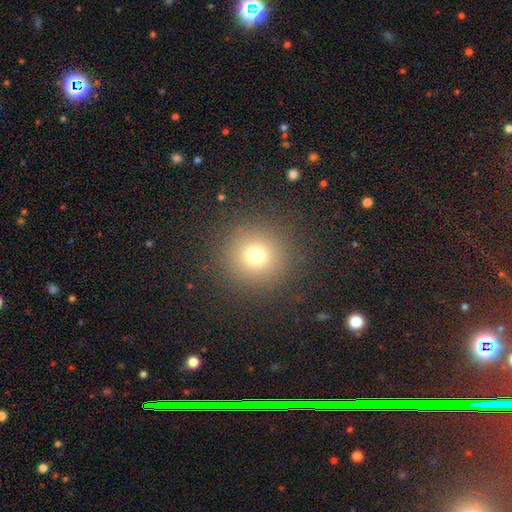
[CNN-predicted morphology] Smooth or featured: smooth — 73% (star or artifact — 18%)
How rounded: round — 95% (in between — 4%)
Merging: none — 89% (minor disturbance — 6%)